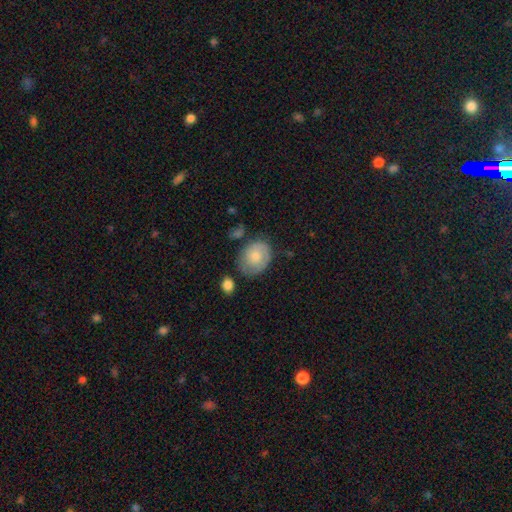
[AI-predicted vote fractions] Smooth or featured: smooth — 59% (featured or disk — 34%)
How rounded: round — 53% (in between — 46%)
Merging: none — 63% (minor disturbance — 24%)